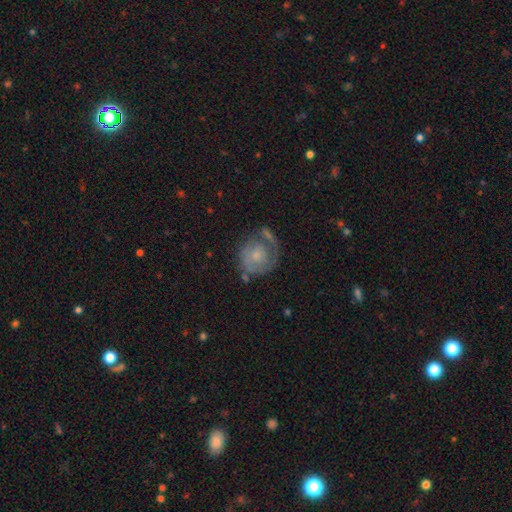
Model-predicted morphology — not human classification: Smooth or featured? featured or disk (59%)
Edge-on disk? no (97%)
Bar? no (80%)
Spiral arms? yes (69%)
Bulge size? small (48%)
Merging? none (50%)